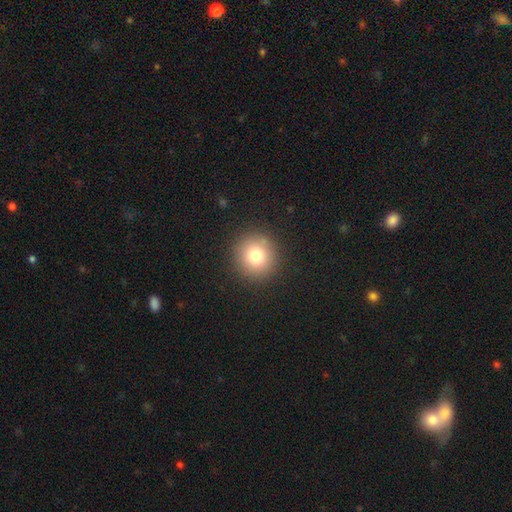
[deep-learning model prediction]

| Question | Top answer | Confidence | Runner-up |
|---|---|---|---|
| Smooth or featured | smooth | 77% | star or artifact (13%) |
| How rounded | round | 93% | in between (7%) |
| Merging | none | 90% | minor disturbance (6%) |